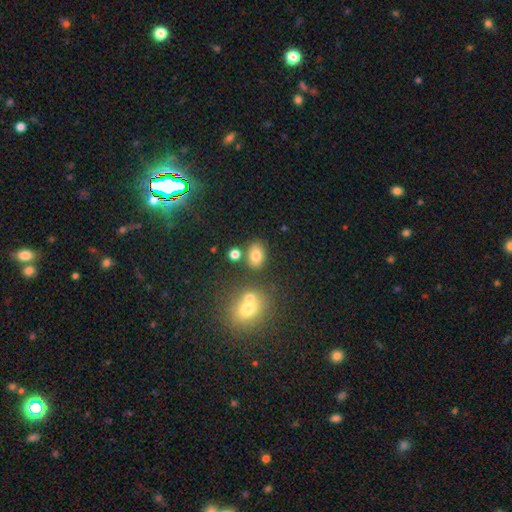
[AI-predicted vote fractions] smooth-or-featured: smooth: 78% | star or artifact: 13% | featured or disk: 10%
  how-rounded: in between: 73% | round: 26% | cigar-shaped: 1%
  merging: none: 73% | minor disturbance: 12% | merger: 11% | major disturbance: 4%